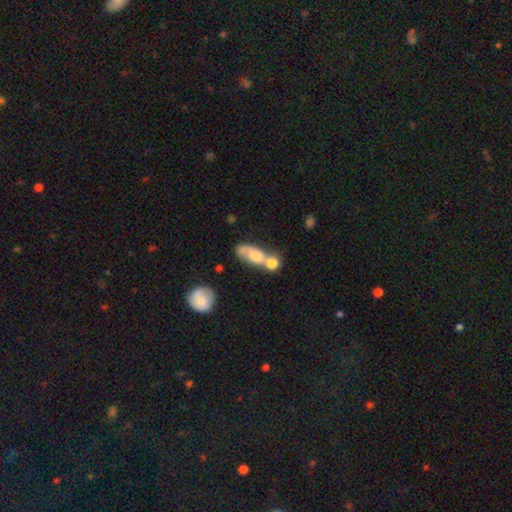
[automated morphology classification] Smooth or featured?
  - smooth: 61% *
  - featured or disk: 30%
  - star or artifact: 9%
How rounded?
  - in between: 67% *
  - cigar-shaped: 18%
  - round: 15%
Merging?
  - merger: 46% *
  - none: 26%
  - minor disturbance: 15%
  - major disturbance: 13%